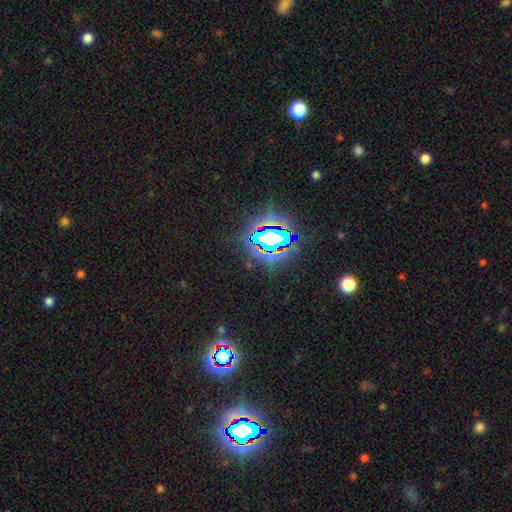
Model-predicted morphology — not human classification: A star or artifact, not a galaxy (82%).

Vote fractions:
- Smooth or featured? star or artifact: 82% / smooth: 10% / featured or disk: 7%